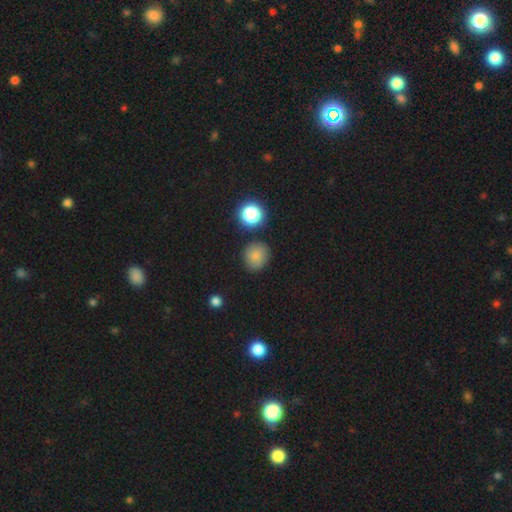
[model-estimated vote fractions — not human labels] Smooth or featured: smooth — 79% (star or artifact — 14%)
How rounded: round — 87% (in between — 12%)
Merging: none — 82% (minor disturbance — 11%)